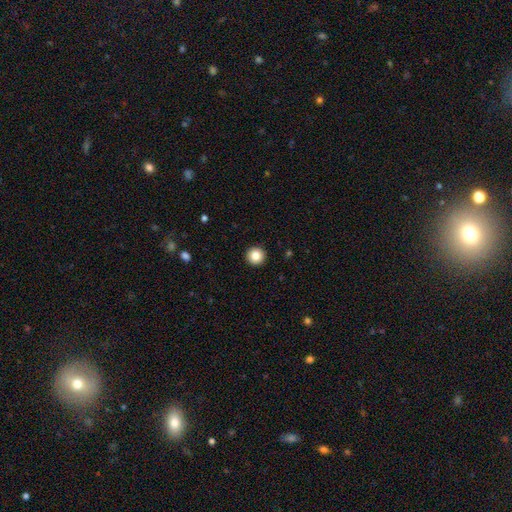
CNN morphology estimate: smooth 85%, star or artifact 9%, featured or disk 6%. Down the decision tree: how rounded — round (96%); merging — none (94%).